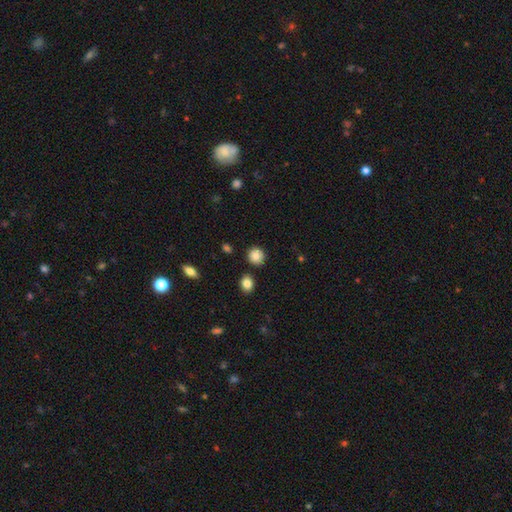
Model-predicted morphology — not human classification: smooth 86%, star or artifact 9%, featured or disk 4%. Down the decision tree: how rounded — round (88%); merging — none (86%).